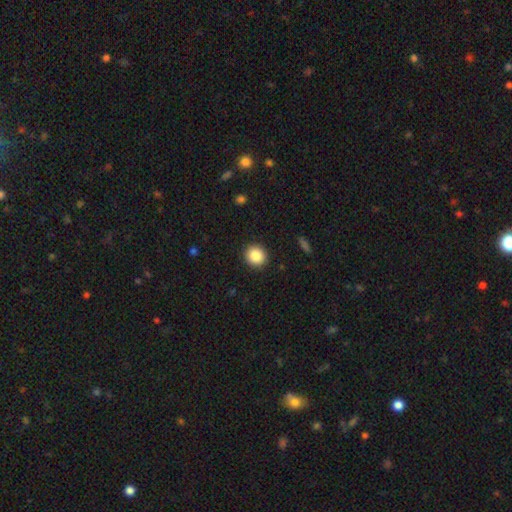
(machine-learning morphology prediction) Overall: smooth (87%). How rounded: round (85%). Merging: none (91%).